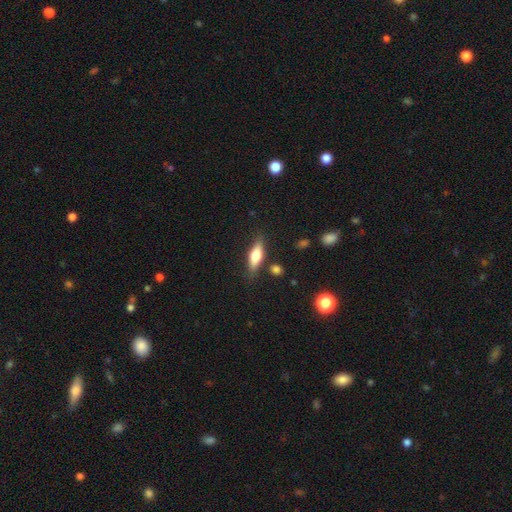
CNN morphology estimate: A smooth galaxy with no disk features (60%) that is in between round and cigar-shaped (49%).

Vote fractions:
- Smooth or featured? smooth: 60% / featured or disk: 33% / star or artifact: 7%
- How rounded? in between: 49% / cigar-shaped: 48% / round: 3%
- Merging? none: 80% / minor disturbance: 13% / merger: 4% / major disturbance: 3%